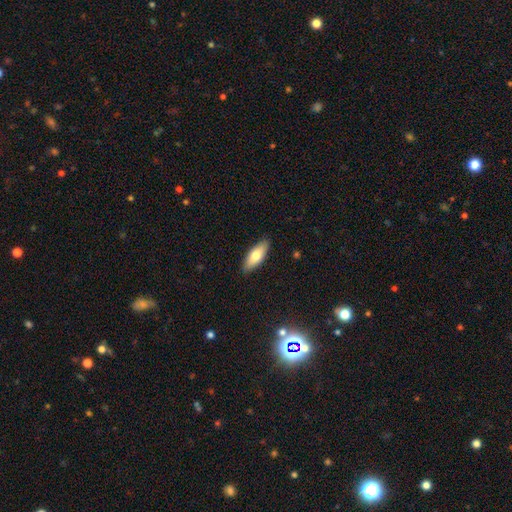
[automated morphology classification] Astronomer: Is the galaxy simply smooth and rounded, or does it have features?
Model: smooth — 73%.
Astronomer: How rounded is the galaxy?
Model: in between — 74%.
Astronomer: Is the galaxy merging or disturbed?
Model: none — 89%.